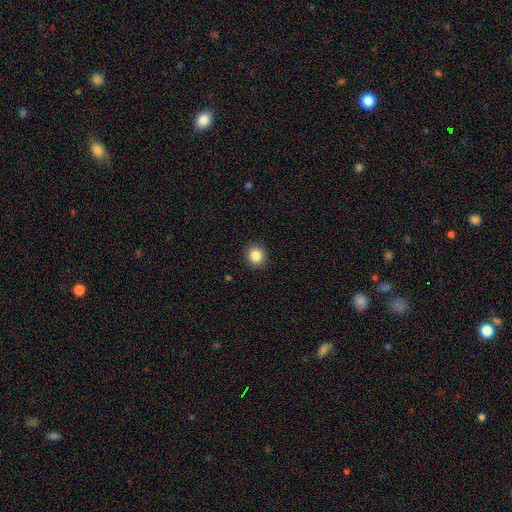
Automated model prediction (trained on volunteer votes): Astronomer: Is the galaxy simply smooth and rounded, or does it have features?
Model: smooth — 86%.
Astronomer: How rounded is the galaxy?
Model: round — 87%.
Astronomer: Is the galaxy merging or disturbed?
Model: none — 91%.